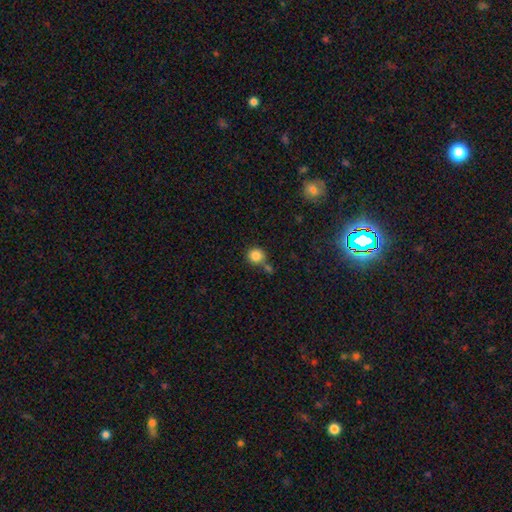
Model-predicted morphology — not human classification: Smooth or featured: smooth — 85% (star or artifact — 10%)
How rounded: round — 92% (in between — 7%)
Merging: none — 66% (merger — 20%)